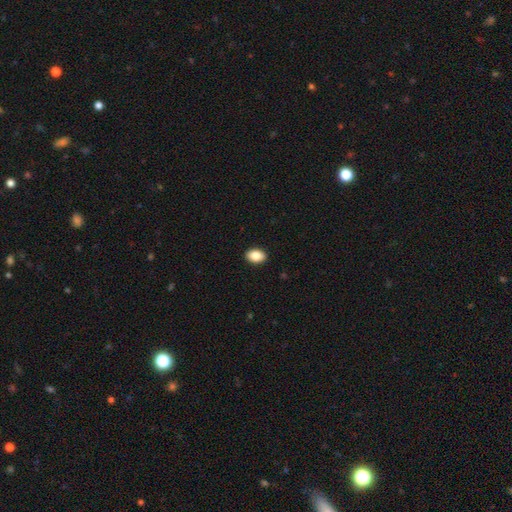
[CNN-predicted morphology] This appears to be a smooth galaxy with no disk features (87%) that is in between round and cigar-shaped (80%). Merging: none (91%).